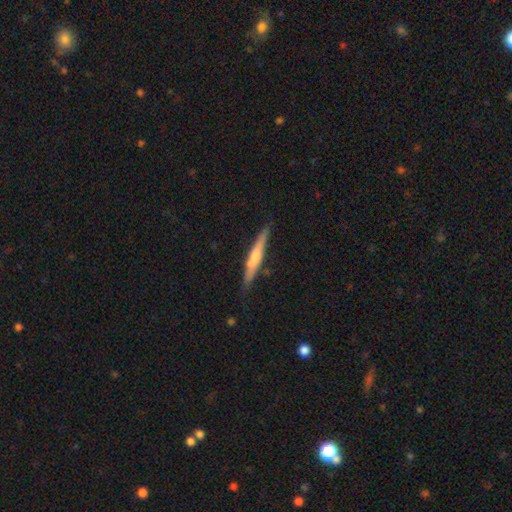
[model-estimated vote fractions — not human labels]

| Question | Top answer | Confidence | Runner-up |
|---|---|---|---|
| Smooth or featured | featured or disk | 52% | smooth (42%) |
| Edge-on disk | yes | 96% | no (4%) |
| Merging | none | 83% | minor disturbance (13%) |